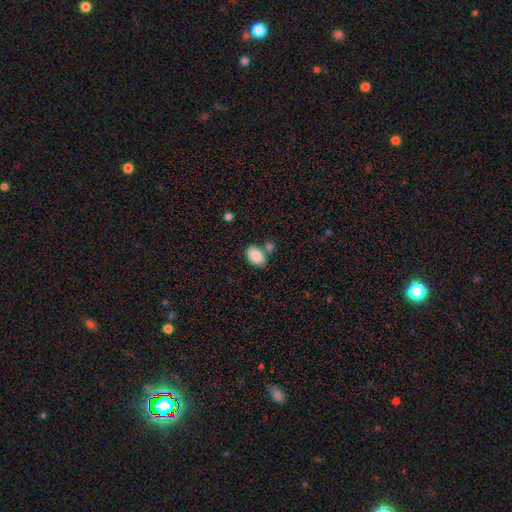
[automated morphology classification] Smooth or featured? Predicted: smooth (p=0.86). How rounded? Predicted: in between (p=0.90). Merging? Predicted: none (p=0.67).